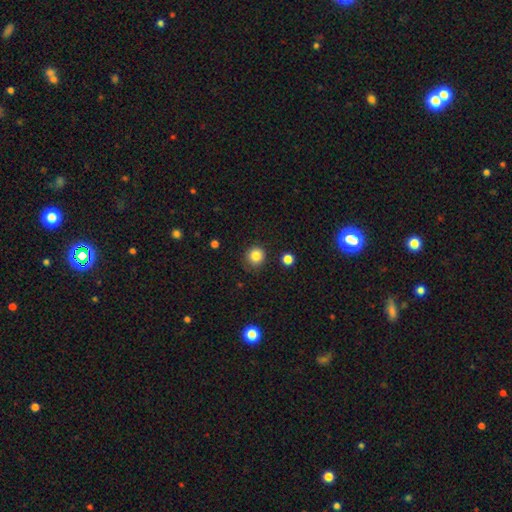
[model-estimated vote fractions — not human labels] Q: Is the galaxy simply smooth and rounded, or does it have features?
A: smooth — 83%.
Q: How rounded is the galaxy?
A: round — 91%.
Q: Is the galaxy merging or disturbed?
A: none — 82%.